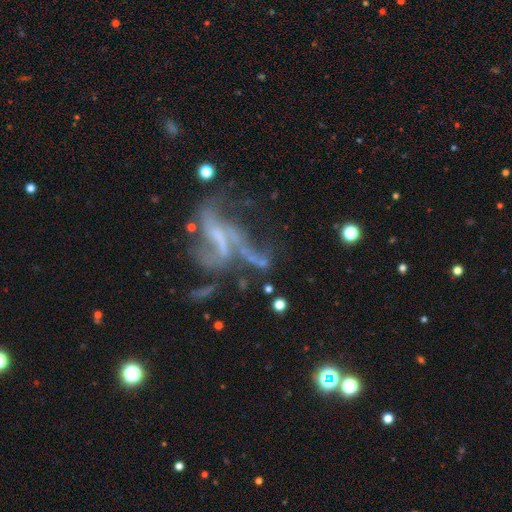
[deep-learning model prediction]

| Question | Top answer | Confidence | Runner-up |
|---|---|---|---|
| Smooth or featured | featured or disk | 64% | star or artifact (20%) |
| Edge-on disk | no | 92% | yes (8%) |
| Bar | no | 54% | weak (24%) |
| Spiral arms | no | 56% | yes (44%) |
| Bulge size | none | 62% | small (21%) |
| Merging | major disturbance | 39% | none (28%) |